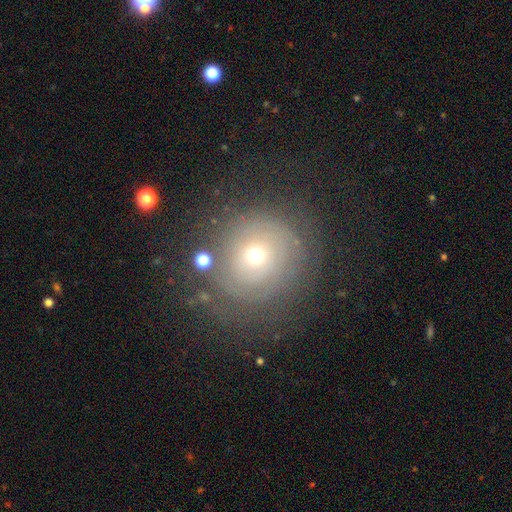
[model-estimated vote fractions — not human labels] smooth_or_featured: featured or disk (p=0.45) [alt: smooth p=0.40]
merging: none (p=0.71) [alt: minor disturbance p=0.15]